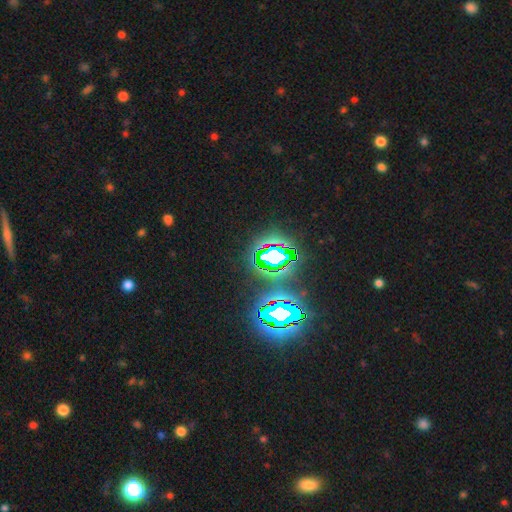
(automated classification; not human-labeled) smooth-or-featured: star or artifact: 83% | smooth: 11% | featured or disk: 6%